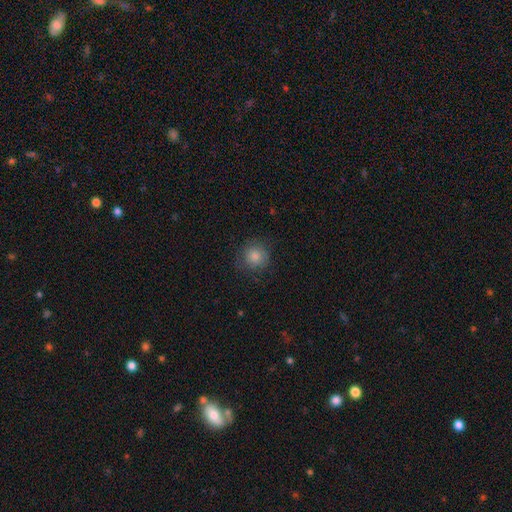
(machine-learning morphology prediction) This appears to be a smooth galaxy with no disk features (78%) that is round (92%). Merging: none (82%).